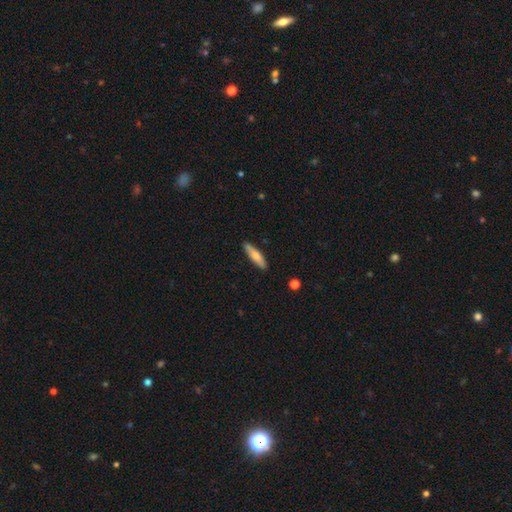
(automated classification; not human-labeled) smooth 67%, featured or disk 27%, star or artifact 6%. Down the decision tree: how rounded — cigar-shaped (77%); merging — none (87%).